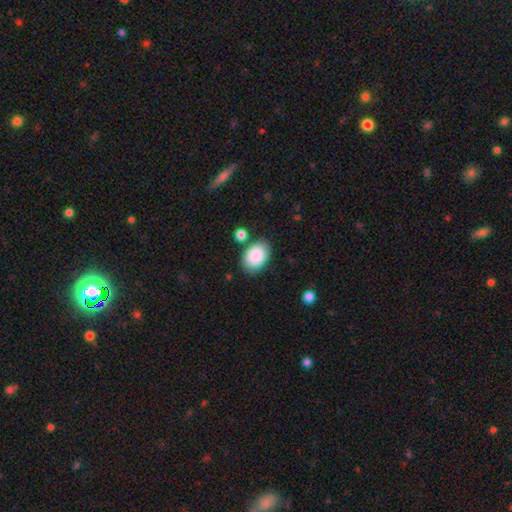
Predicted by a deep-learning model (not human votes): A smooth galaxy with no disk features (88%) that is in between round and cigar-shaped (84%). Merging: none (78%).